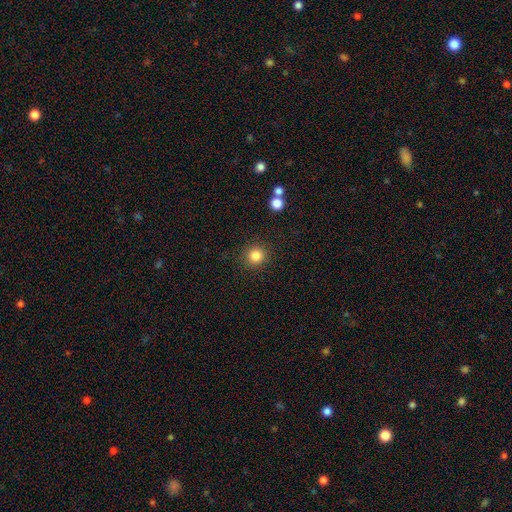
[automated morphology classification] smooth_or_featured: smooth (p=0.84) [alt: star or artifact p=0.11]
how_rounded: round (p=0.93) [alt: in between p=0.06]
merging: none (p=0.89) [alt: minor disturbance p=0.06]